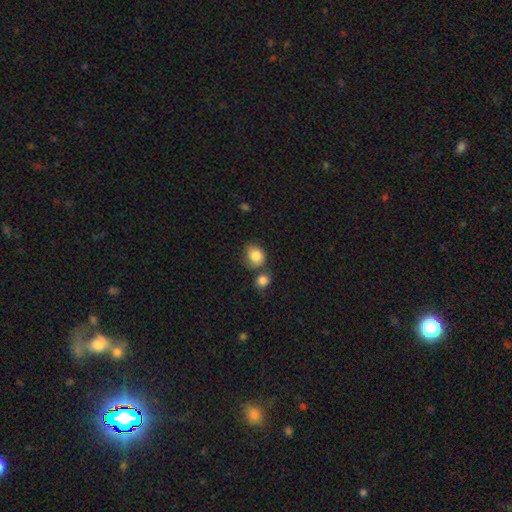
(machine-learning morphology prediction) smooth-or-featured: smooth: 84% | star or artifact: 8% | featured or disk: 8%
  how-rounded: round: 64% | in between: 35% | cigar-shaped: 1%
  merging: none: 51% | merger: 24% | minor disturbance: 19% | major disturbance: 6%